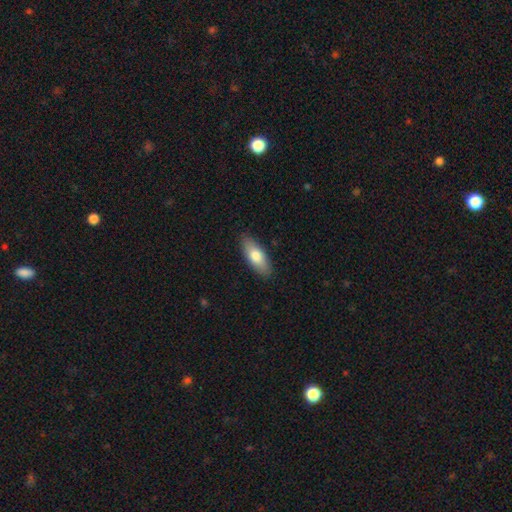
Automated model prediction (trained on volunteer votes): Smooth or featured?
  - smooth: 76% *
  - featured or disk: 18%
  - star or artifact: 5%
How rounded?
  - in between: 77% *
  - cigar-shaped: 21%
  - round: 2%
Merging?
  - none: 88% *
  - minor disturbance: 9%
  - major disturbance: 2%
  - merger: 1%